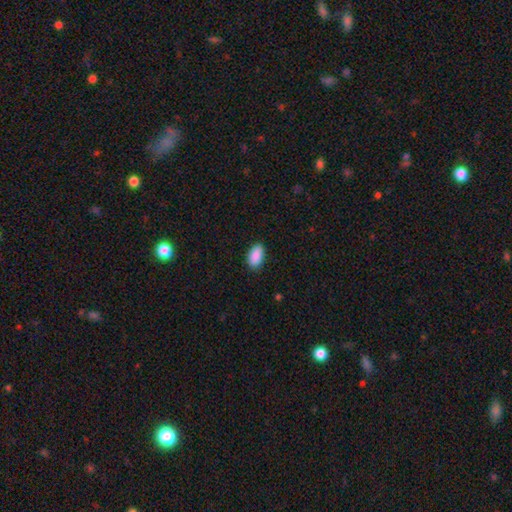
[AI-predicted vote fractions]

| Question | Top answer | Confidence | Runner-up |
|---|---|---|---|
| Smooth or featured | smooth | 90% | star or artifact (7%) |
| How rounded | in between | 94% | round (3%) |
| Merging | none | 87% | minor disturbance (10%) |